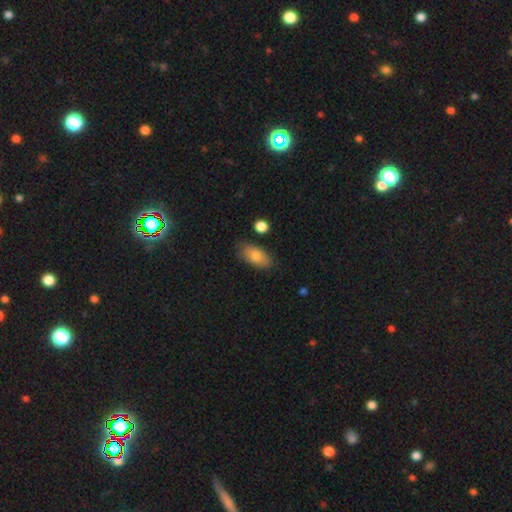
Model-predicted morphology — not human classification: A smooth galaxy with no disk features (80%) that is in between round and cigar-shaped (90%). Merging: none (78%).